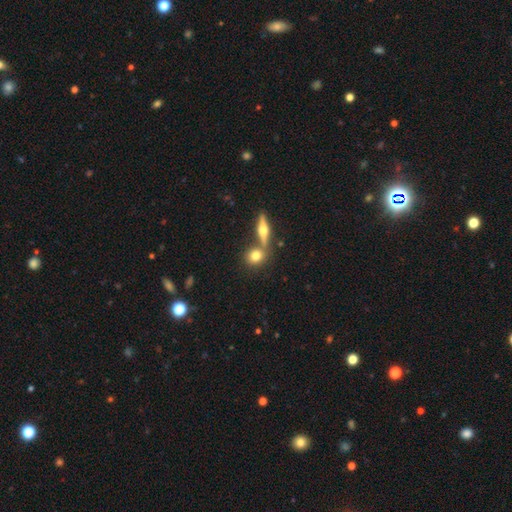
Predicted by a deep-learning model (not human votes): A smooth galaxy with no disk features (70%) that is round (74%).

Vote fractions:
- Smooth or featured? smooth: 70% / featured or disk: 21% / star or artifact: 9%
- How rounded? round: 74% / in between: 21% / cigar-shaped: 6%
- Merging? none: 61% / merger: 28% / minor disturbance: 8% / major disturbance: 3%